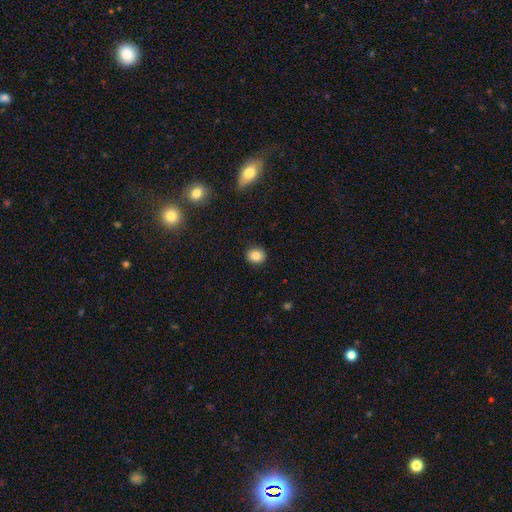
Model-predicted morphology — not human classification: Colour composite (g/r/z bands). It shows a smooth galaxy with no disk features (83%) that is round (71%). Merging: none (90%).